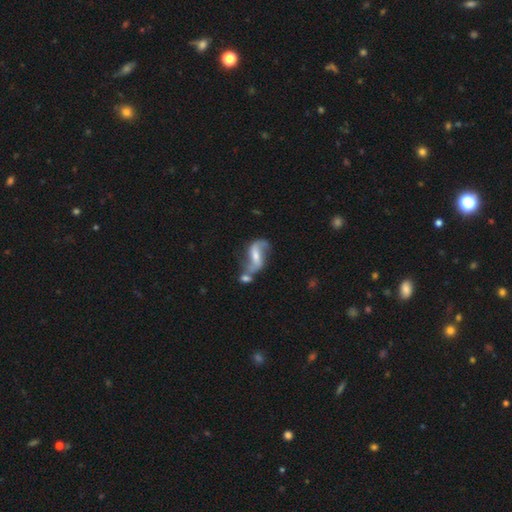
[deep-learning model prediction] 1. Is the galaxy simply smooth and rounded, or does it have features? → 74% featured or disk, 19% smooth, 7% star or artifact.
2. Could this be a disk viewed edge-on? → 94% no, 6% yes.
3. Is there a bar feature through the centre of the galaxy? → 40% weak, 38% strong, 22% no.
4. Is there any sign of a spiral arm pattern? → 88% yes, 12% no.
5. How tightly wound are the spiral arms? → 74% loose, 20% medium, 6% tight.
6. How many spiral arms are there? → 86% 2, 6% 1, 5% can't tell, 1% 3, 1% 4, 1% more than 4.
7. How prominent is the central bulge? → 46% moderate, 39% small, 8% none, 6% large, 1% dominant.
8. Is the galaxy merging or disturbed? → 36% merger, 34% none, 17% minor disturbance, 13% major disturbance.